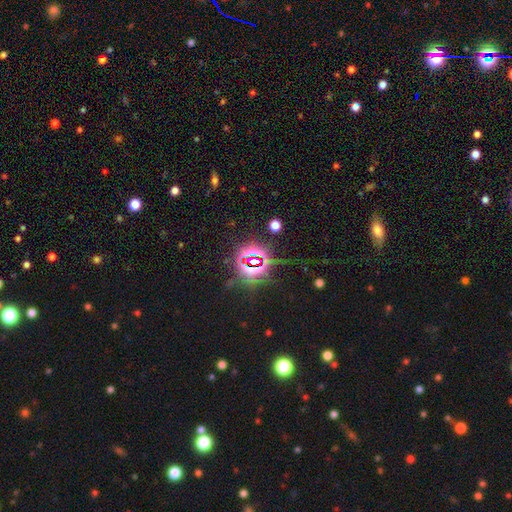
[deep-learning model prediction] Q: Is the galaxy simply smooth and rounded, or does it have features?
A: star or artifact — 82%.